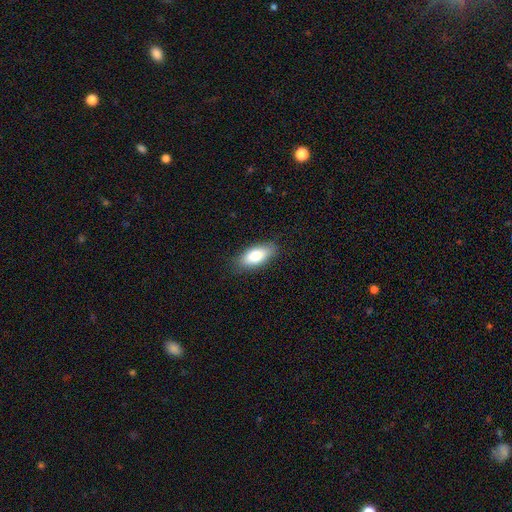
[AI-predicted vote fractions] Q: Smooth or featured?
A: smooth (79%); runner-up: featured or disk (14%)
Q: How rounded?
A: in between (86%); runner-up: cigar-shaped (11%)
Q: Merging?
A: none (84%); runner-up: minor disturbance (12%)